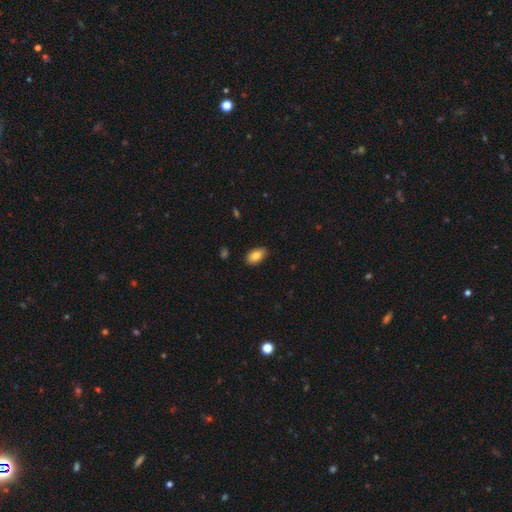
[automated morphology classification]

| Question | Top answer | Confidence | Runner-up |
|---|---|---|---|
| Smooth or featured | smooth | 82% | featured or disk (10%) |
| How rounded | in between | 91% | round (7%) |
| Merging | none | 84% | minor disturbance (12%) |